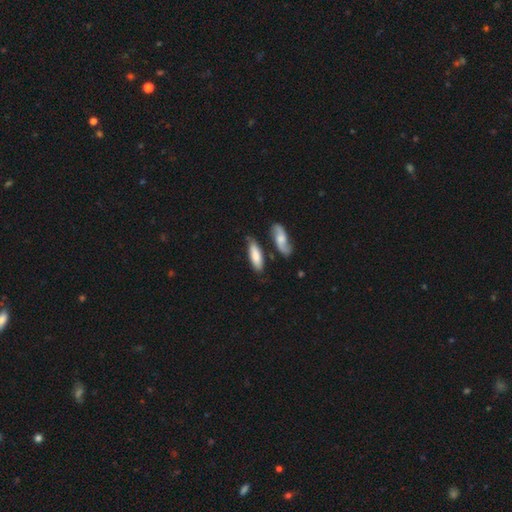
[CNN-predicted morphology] Q: Smooth or featured?
A: smooth (74%); runner-up: featured or disk (20%)
Q: How rounded?
A: in between (56%); runner-up: cigar-shaped (41%)
Q: Merging?
A: none (66%); runner-up: minor disturbance (20%)